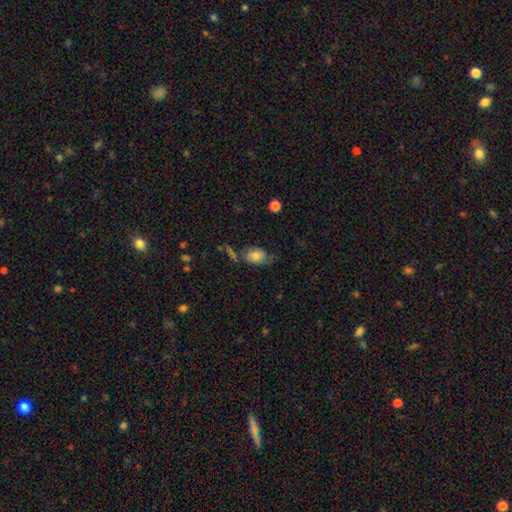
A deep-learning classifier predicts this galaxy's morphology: smooth-or-featured: smooth: 72% | featured or disk: 20% | star or artifact: 8%
  how-rounded: in between: 84% | round: 14% | cigar-shaped: 2%
  merging: none: 48% | minor disturbance: 30% | major disturbance: 14% | merger: 8%